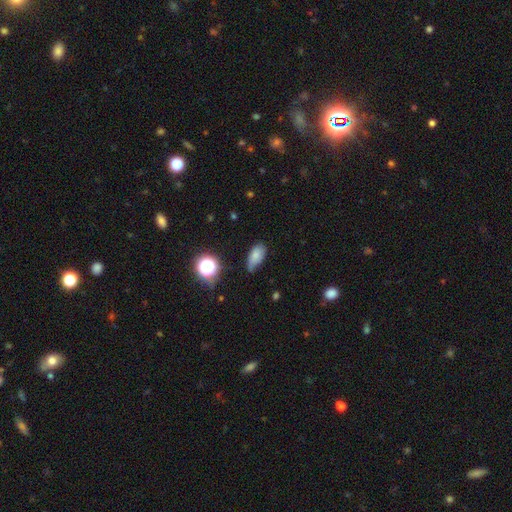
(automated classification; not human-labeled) Smooth or featured? Predicted: smooth (p=0.73). How rounded? Predicted: in between (p=0.89). Merging? Predicted: none (p=0.46).